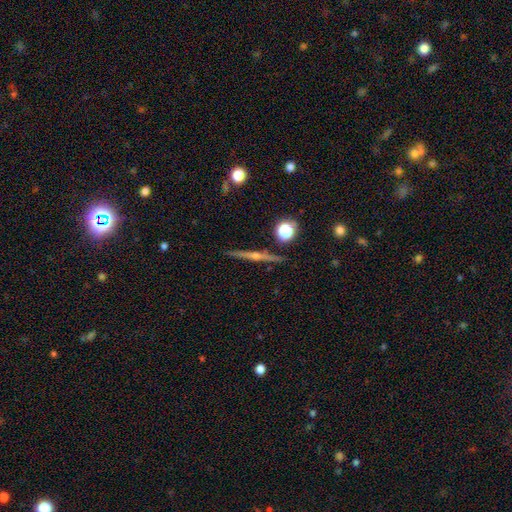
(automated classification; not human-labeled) featured or disk 77%, smooth 15%, star or artifact 8%. Down the decision tree: edge-on disk — yes (98%); edge-on bulge — rounded (85%); merging — none (91%).